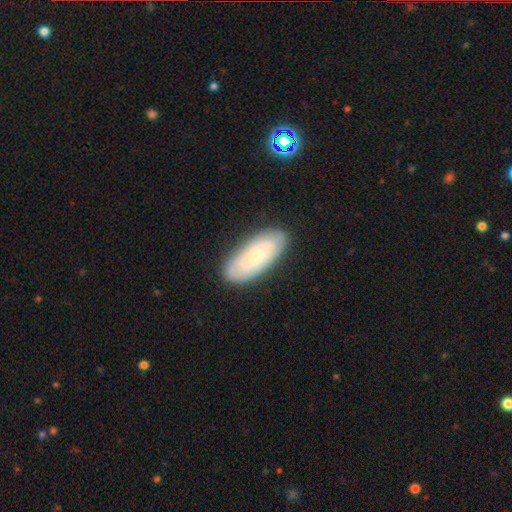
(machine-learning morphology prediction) smooth 49%, featured or disk 44%, star or artifact 7%. Down the decision tree: merging — none (84%).